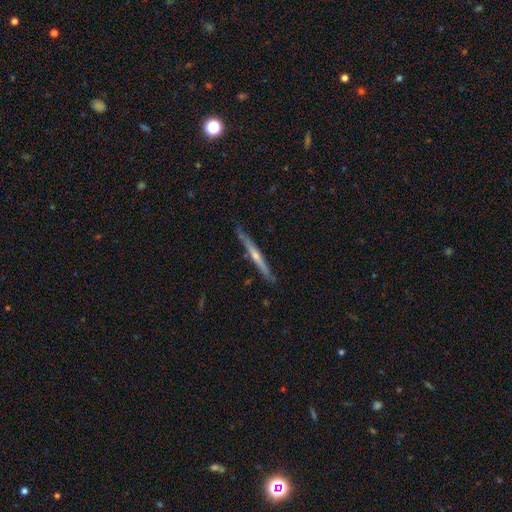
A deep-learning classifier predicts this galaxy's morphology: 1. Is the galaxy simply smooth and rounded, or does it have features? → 71% featured or disk, 24% smooth, 6% star or artifact.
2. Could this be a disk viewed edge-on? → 97% yes, 3% no.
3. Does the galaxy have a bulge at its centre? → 67% rounded, 28% none, 4% boxy.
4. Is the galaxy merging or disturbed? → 85% none, 12% minor disturbance, 2% major disturbance, 1% merger.